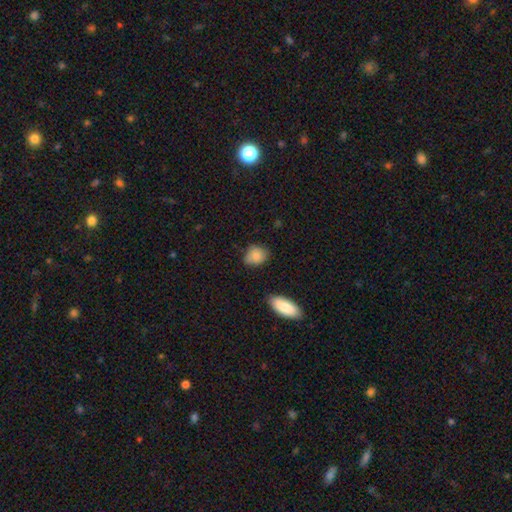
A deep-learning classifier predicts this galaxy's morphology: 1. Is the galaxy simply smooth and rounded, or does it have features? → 83% smooth, 9% featured or disk, 8% star or artifact.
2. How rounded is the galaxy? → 56% in between, 43% round, 2% cigar-shaped.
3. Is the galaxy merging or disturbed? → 70% none, 24% minor disturbance, 4% major disturbance, 3% merger.